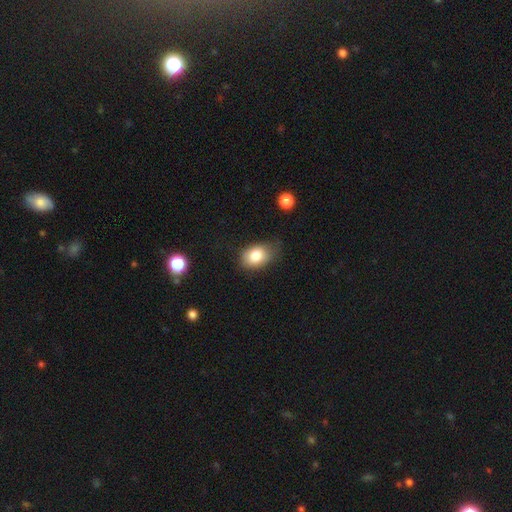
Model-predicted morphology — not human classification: A smooth galaxy with no disk features (82%) that is in between round and cigar-shaped (78%). Merging: none (64%).